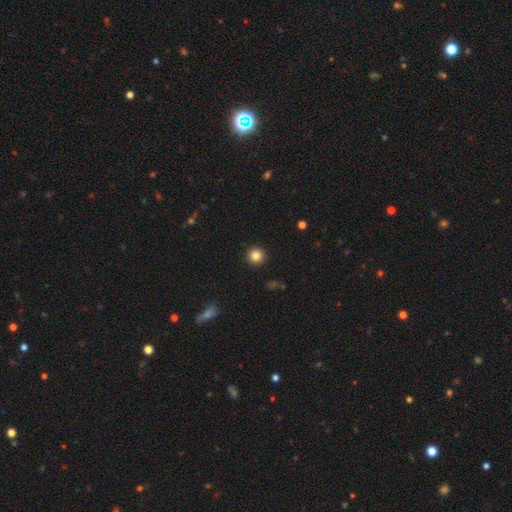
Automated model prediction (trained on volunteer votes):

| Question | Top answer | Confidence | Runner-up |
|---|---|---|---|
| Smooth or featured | smooth | 84% | star or artifact (11%) |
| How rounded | round | 95% | in between (4%) |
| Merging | none | 93% | minor disturbance (4%) |